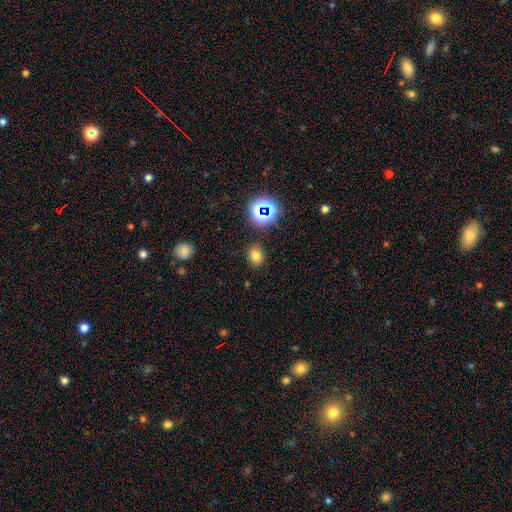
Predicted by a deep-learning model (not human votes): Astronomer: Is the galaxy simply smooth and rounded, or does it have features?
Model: smooth — 73%.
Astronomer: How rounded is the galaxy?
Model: round — 58% (runner-up: in between, 42%).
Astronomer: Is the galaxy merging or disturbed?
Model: none — 86%.